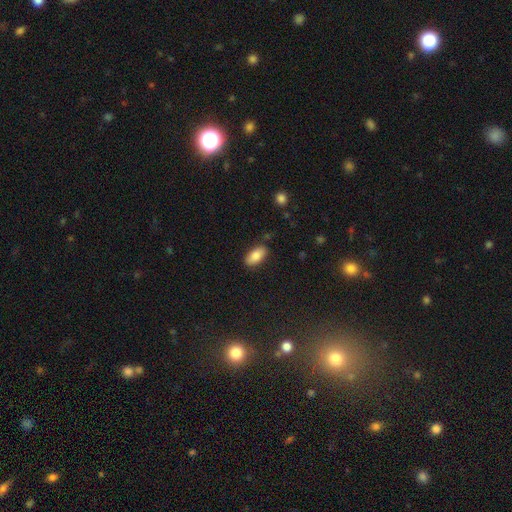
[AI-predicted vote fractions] smooth-or-featured: smooth: 84% | featured or disk: 9% | star or artifact: 7%
  how-rounded: in between: 89% | cigar-shaped: 8% | round: 3%
  merging: none: 85% | minor disturbance: 10% | major disturbance: 2% | merger: 2%